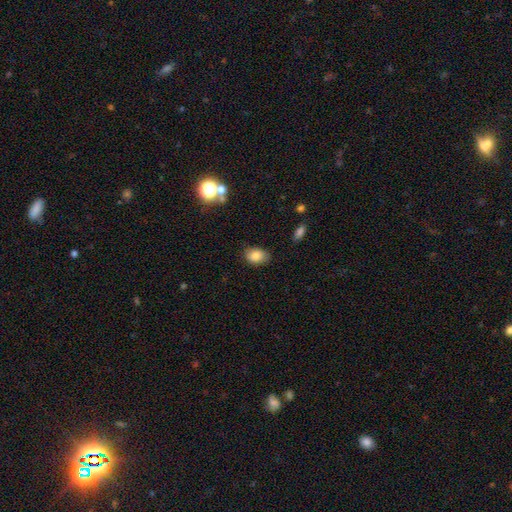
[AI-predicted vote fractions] smooth_or_featured: smooth (p=0.84) [alt: star or artifact p=0.09]
how_rounded: in between (p=0.81) [alt: round p=0.18]
merging: none (p=0.79) [alt: minor disturbance p=0.16]